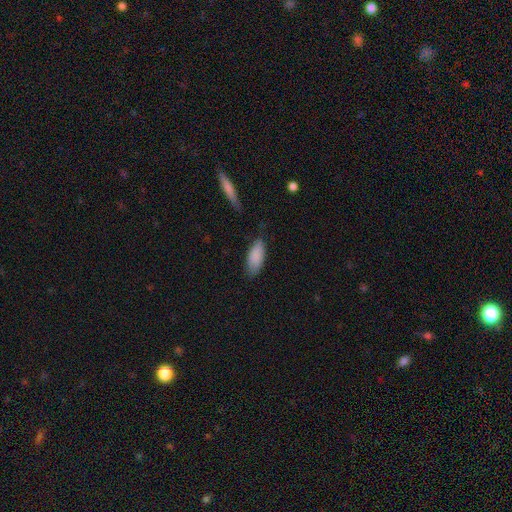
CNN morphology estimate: Smooth or featured? Predicted: smooth (p=0.88). How rounded? Predicted: in between (p=0.83). Merging? Predicted: none (p=0.75).